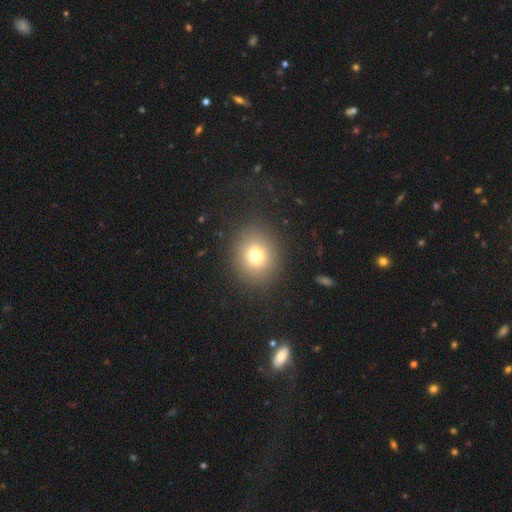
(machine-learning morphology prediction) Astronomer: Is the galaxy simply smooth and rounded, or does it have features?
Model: smooth — 75%.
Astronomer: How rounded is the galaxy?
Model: round — 80%.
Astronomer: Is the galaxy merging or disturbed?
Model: none — 87%.